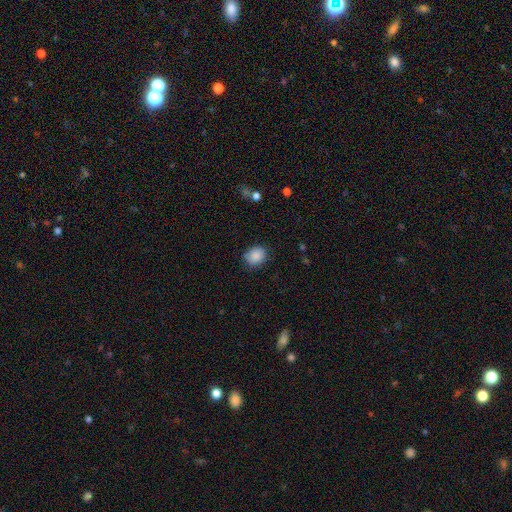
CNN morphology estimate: A smooth galaxy with no disk features (88%) that is round (59%).

Vote fractions:
- Smooth or featured? smooth: 88% / star or artifact: 8% / featured or disk: 4%
- How rounded? round: 59% / in between: 40% / cigar-shaped: 1%
- Merging? none: 81% / minor disturbance: 14% / major disturbance: 3% / merger: 1%